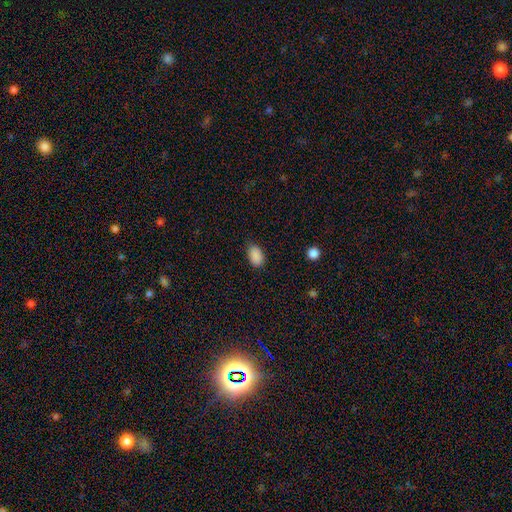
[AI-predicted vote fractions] smooth_or_featured: smooth (p=0.88) [alt: star or artifact p=0.09]
how_rounded: in between (p=0.87) [alt: round p=0.12]
merging: none (p=0.77) [alt: minor disturbance p=0.19]